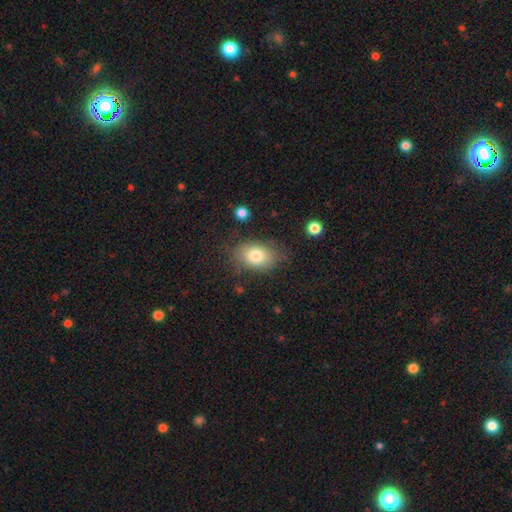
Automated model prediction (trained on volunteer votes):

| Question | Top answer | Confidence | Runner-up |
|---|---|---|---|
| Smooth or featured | smooth | 80% | featured or disk (11%) |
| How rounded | in between | 77% | round (21%) |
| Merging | none | 75% | minor disturbance (17%) |